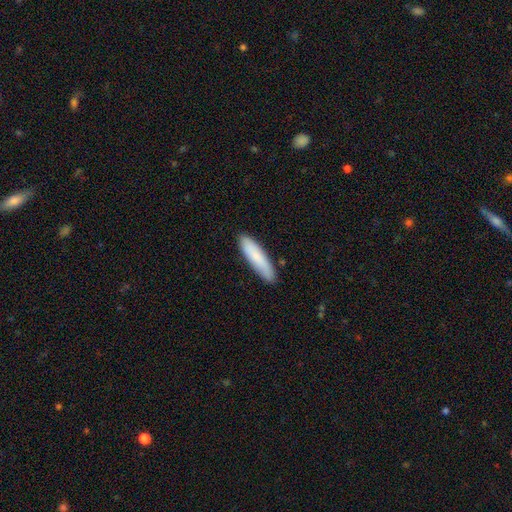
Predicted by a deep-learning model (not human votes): Smooth or featured: smooth — 81% (featured or disk — 13%)
How rounded: cigar-shaped — 75% (in between — 24%)
Merging: none — 84% (minor disturbance — 13%)